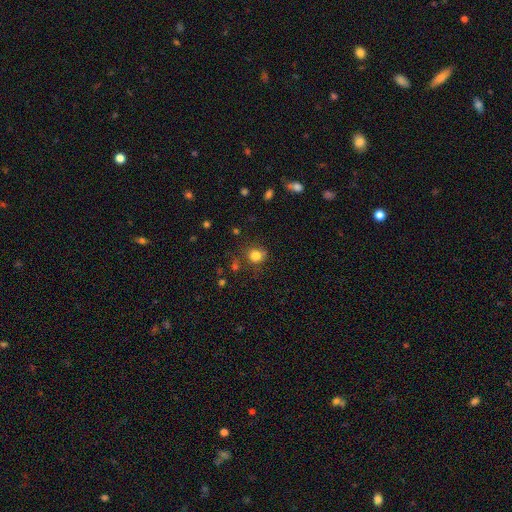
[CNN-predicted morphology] smooth-or-featured: smooth: 81% | star or artifact: 13% | featured or disk: 6%
  how-rounded: round: 80% | in between: 19% | cigar-shaped: 1%
  merging: none: 71% | minor disturbance: 17% | major disturbance: 6% | merger: 6%